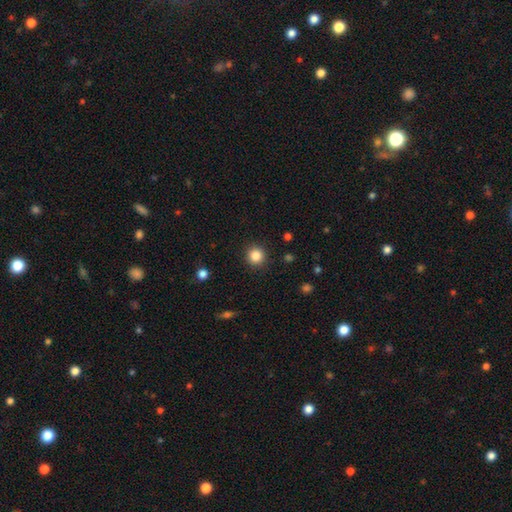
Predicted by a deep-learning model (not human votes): Overall: smooth (85%). How rounded: round (94%). Merging: none (91%).